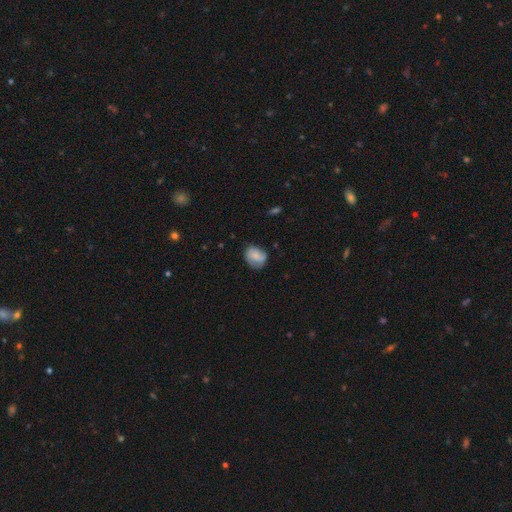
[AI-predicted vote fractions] smooth 68%, featured or disk 24%, star or artifact 8%. Down the decision tree: how rounded — round (53%); merging — none (62%).